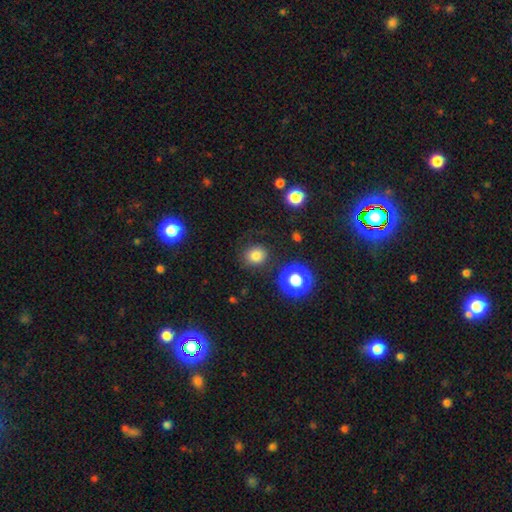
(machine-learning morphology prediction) Smooth or featured? Predicted: smooth (p=0.79). How rounded? Predicted: round (p=0.76). Merging? Predicted: none (p=0.84).